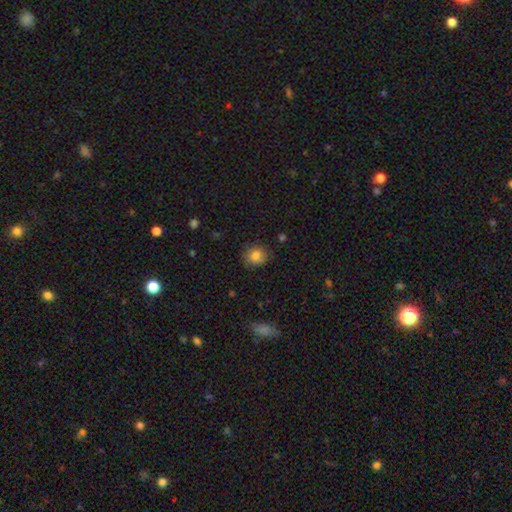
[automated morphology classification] smooth_or_featured: smooth (p=0.82) [alt: star or artifact p=0.10]
how_rounded: round (p=0.69) [alt: in between p=0.30]
merging: none (p=0.83) [alt: minor disturbance p=0.12]